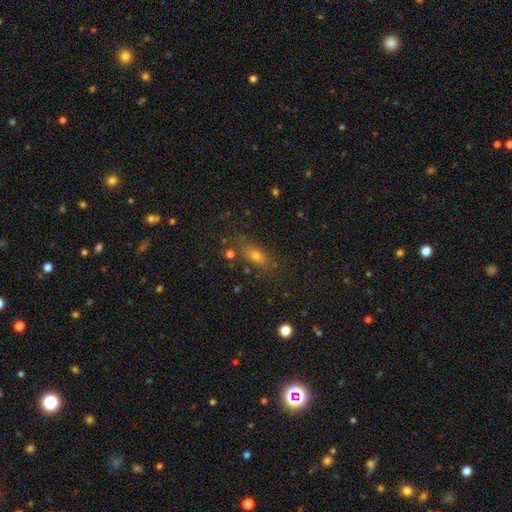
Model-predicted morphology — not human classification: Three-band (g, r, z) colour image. It shows a smooth galaxy with no disk features (62%) that is in between round and cigar-shaped (62%). Merging: none (75%).